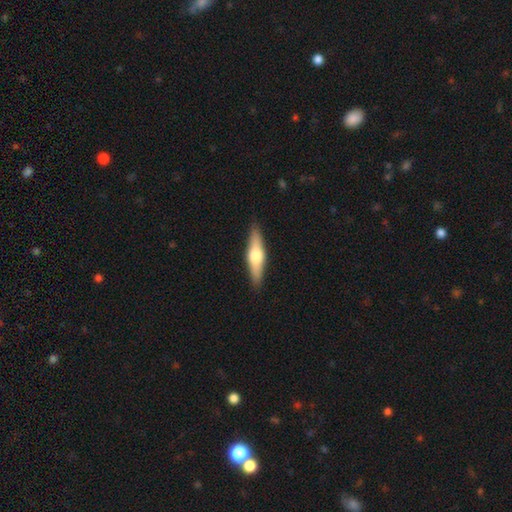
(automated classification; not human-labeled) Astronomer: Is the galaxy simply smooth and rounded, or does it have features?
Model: featured or disk — 49% (runner-up: smooth, 46%).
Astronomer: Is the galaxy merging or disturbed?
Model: none — 89%.